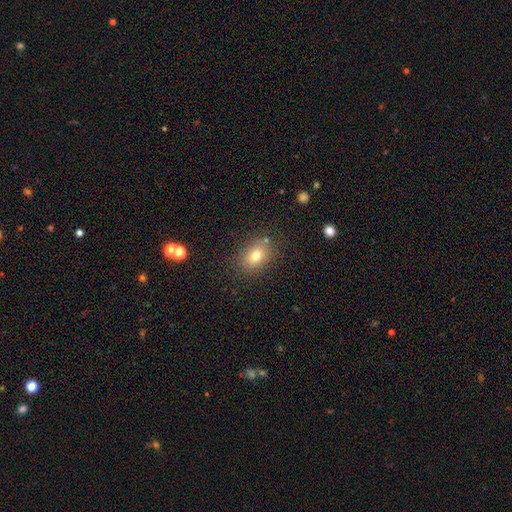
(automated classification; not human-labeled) Overall: smooth (76%). How rounded: in between (68%; round 30%). Merging: none (82%).